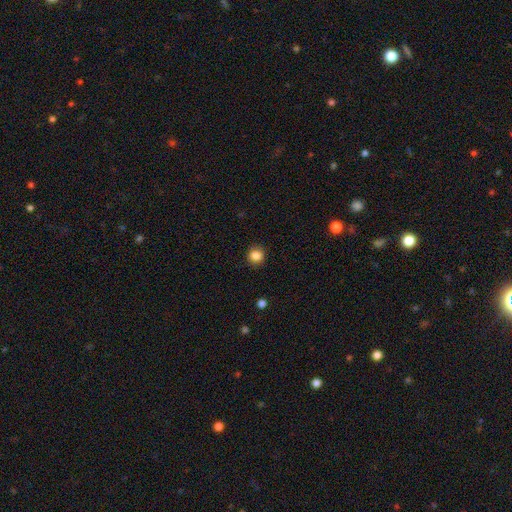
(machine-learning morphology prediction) The model was most divided on "smooth or featured": smooth: 85%, star or artifact: 10%, featured or disk: 4%. More confident: merging — none (89%); how rounded — round (89%).